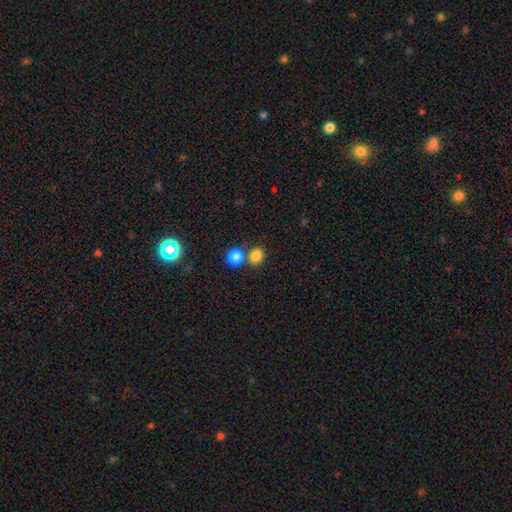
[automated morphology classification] smooth 82%, star or artifact 13%, featured or disk 5%. Down the decision tree: how rounded — round (75%); merging — none (64%).